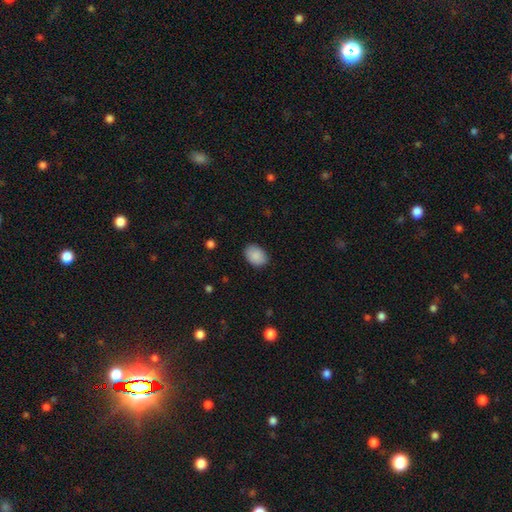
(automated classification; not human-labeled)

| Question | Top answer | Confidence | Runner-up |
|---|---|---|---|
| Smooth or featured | smooth | 89% | star or artifact (7%) |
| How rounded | in between | 76% | round (23%) |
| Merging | none | 85% | minor disturbance (11%) |